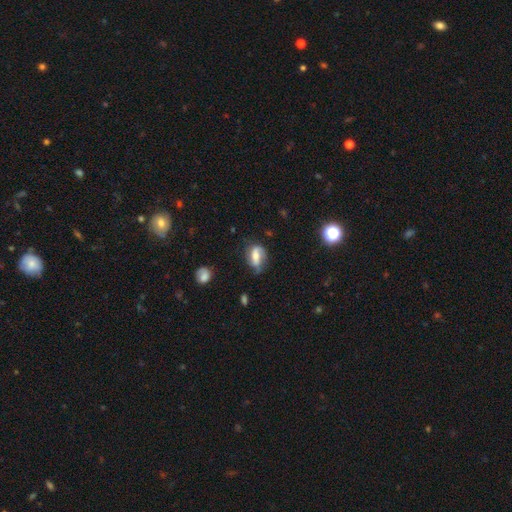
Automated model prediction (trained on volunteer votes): A featured or disk galaxy (46%).

Vote fractions:
- Smooth or featured? featured or disk: 46% / smooth: 45% / star or artifact: 9%
- Merging? none: 51% / minor disturbance: 32% / major disturbance: 14% / merger: 3%